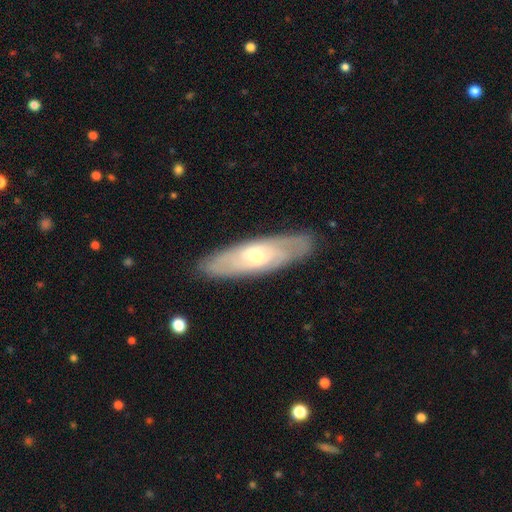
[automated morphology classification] Smooth or featured?
  - featured or disk: 64% *
  - smooth: 30%
  - star or artifact: 6%
Edge-on disk?
  - no: 70% *
  - yes: 30%
Merging?
  - none: 85% *
  - minor disturbance: 11%
  - major disturbance: 3%
  - merger: 1%